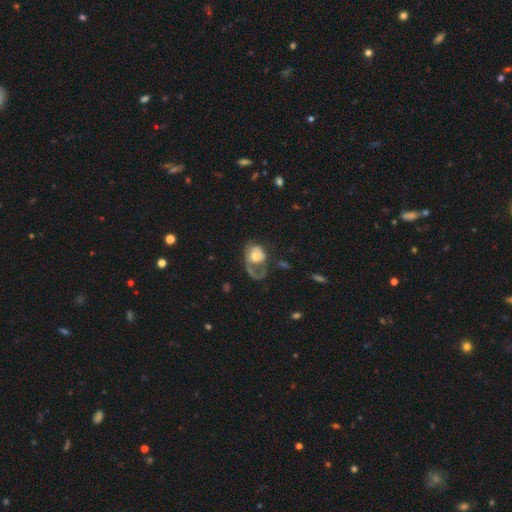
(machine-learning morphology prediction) This is possibly a featured or disk galaxy (47%). Merging: possibly major disturbance (56%).